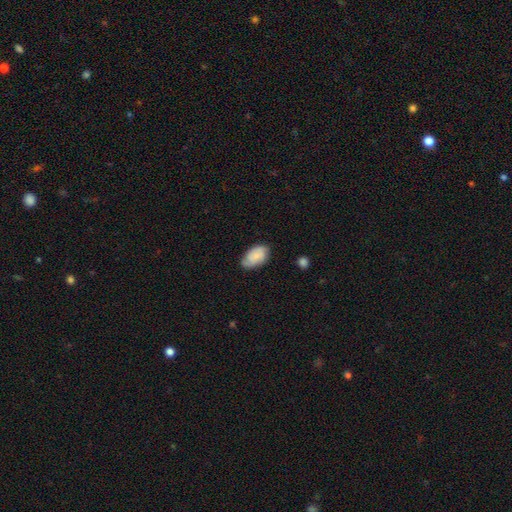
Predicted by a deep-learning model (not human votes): Q: Smooth or featured?
A: smooth (66%); runner-up: featured or disk (27%)
Q: How rounded?
A: in between (93%); runner-up: round (6%)
Q: Merging?
A: none (67%); runner-up: minor disturbance (26%)